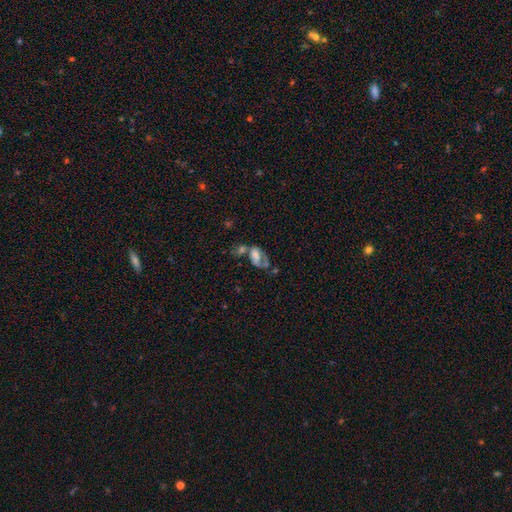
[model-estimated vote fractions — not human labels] Smooth or featured?
  - smooth: 48% *
  - featured or disk: 40%
  - star or artifact: 11%
Merging?
  - merger: 42% *
  - major disturbance: 26%
  - none: 19%
  - minor disturbance: 13%